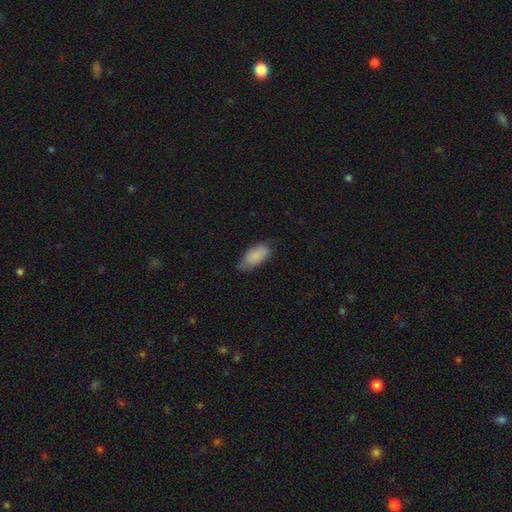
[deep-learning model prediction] Smooth or featured? Predicted: smooth (p=0.85). How rounded? Predicted: in between (p=0.92). Merging? Predicted: none (p=0.59).